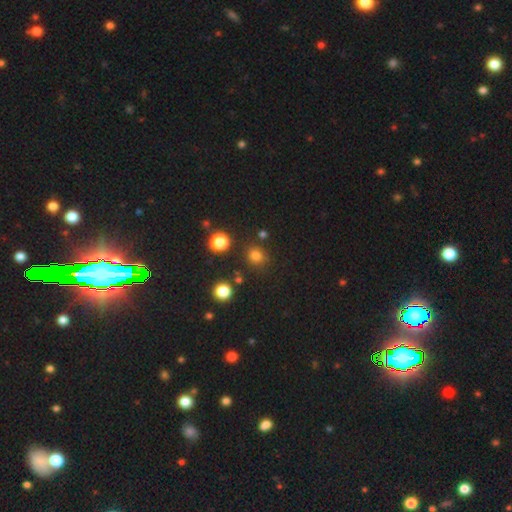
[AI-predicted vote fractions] Smooth or featured? smooth (76%)
How rounded? round (88%)
Merging? none (83%)